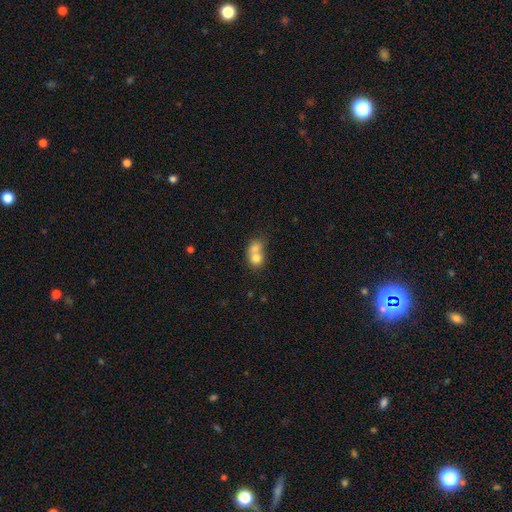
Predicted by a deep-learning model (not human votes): Smooth or featured?
  - smooth: 73% *
  - featured or disk: 18%
  - star or artifact: 9%
How rounded?
  - round: 59% *
  - in between: 40%
  - cigar-shaped: 1%
Merging?
  - merger: 73% *
  - none: 19%
  - minor disturbance: 5%
  - major disturbance: 3%